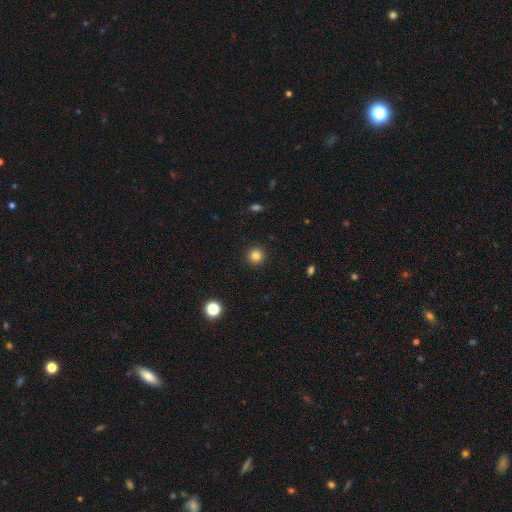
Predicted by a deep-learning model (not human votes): Smooth or featured?
  - smooth: 83% *
  - star or artifact: 12%
  - featured or disk: 5%
How rounded?
  - round: 95% *
  - in between: 4%
  - cigar-shaped: 1%
Merging?
  - none: 93% *
  - minor disturbance: 5%
  - major disturbance: 2%
  - merger: 1%